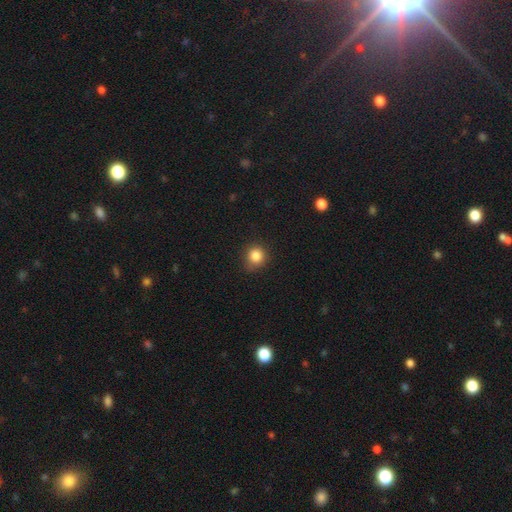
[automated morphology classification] type=smooth (85%); roundness=round (88%); merging=none (81%).